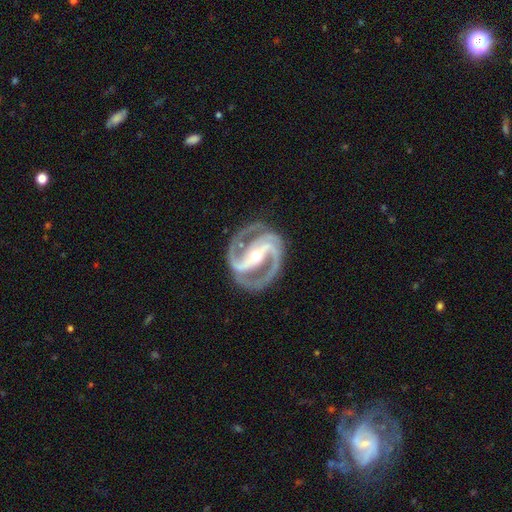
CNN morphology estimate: A featured or disk galaxy (94%) with a strong bar (73%), 2 (87%) medium (53%) spiral arms (99%) and a small central bulge (52%). Merging: none (82%).